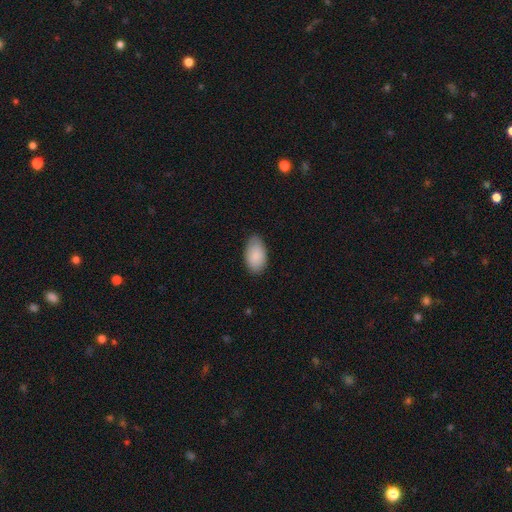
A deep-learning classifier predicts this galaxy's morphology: smooth-or-featured: smooth: 89% | star or artifact: 6% | featured or disk: 5%
  how-rounded: in between: 95% | round: 3% | cigar-shaped: 2%
  merging: none: 81% | minor disturbance: 16% | major disturbance: 3% | merger: 1%